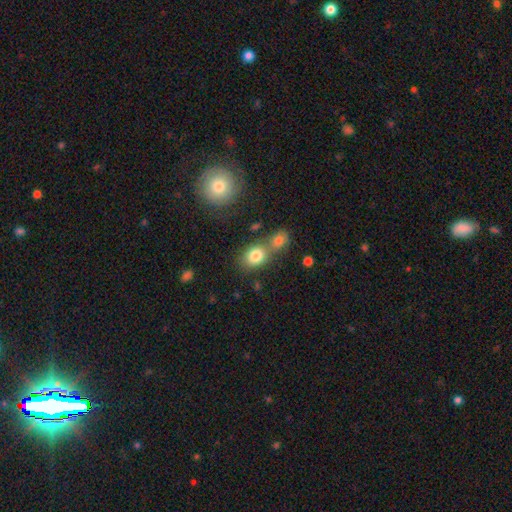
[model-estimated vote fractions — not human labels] A smooth galaxy with no disk features (82%) that is in between round and cigar-shaped (55%). Merging: none (47%).